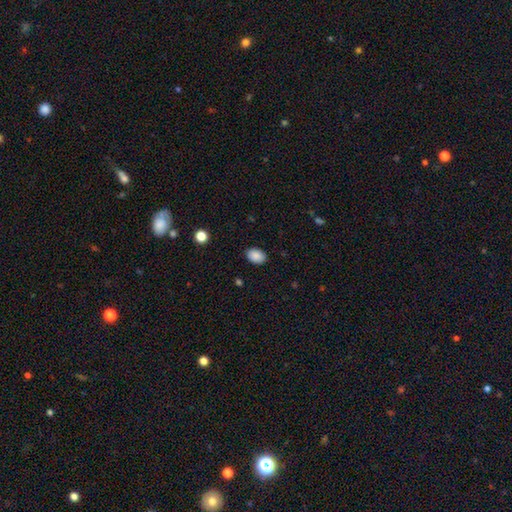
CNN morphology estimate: A smooth galaxy with no disk features (89%) that is in between round and cigar-shaped (80%).

Vote fractions:
- Smooth or featured? smooth: 89% / star or artifact: 8% / featured or disk: 4%
- How rounded? in between: 80% / round: 19% / cigar-shaped: 1%
- Merging? none: 87% / minor disturbance: 9% / major disturbance: 2% / merger: 1%